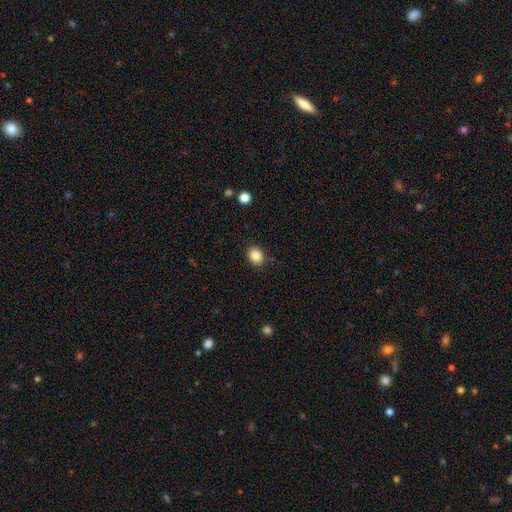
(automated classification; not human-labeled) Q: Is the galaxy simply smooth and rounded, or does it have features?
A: smooth — 86%.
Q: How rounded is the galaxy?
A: in between — 53%.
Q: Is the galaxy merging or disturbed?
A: none — 87%.